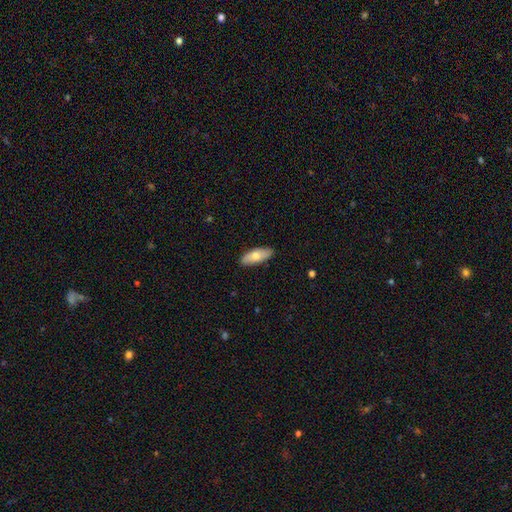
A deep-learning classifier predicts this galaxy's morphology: Smooth or featured? Predicted: smooth (p=0.69). How rounded? Predicted: in between (p=0.74). Merging? Predicted: none (p=0.88).